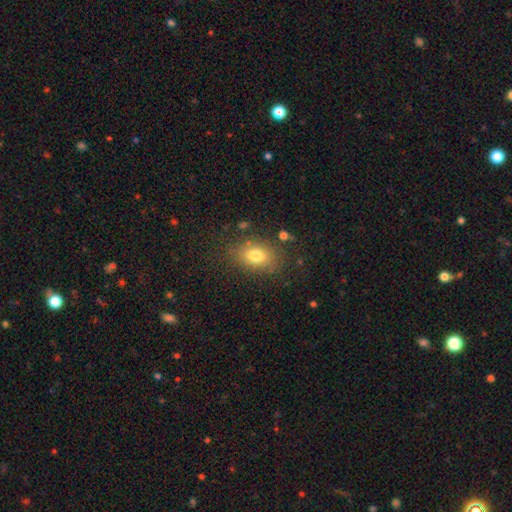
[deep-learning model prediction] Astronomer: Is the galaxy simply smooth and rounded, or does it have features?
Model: smooth — 78%.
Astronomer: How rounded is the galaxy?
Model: in between — 73%.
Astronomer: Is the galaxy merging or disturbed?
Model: none — 80%.